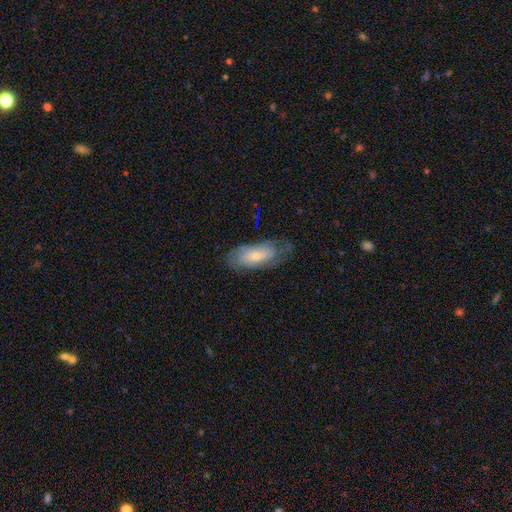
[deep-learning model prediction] This is possibly a smooth galaxy (51%). How rounded: clearly in between (83%). Merging: likely none (62%).